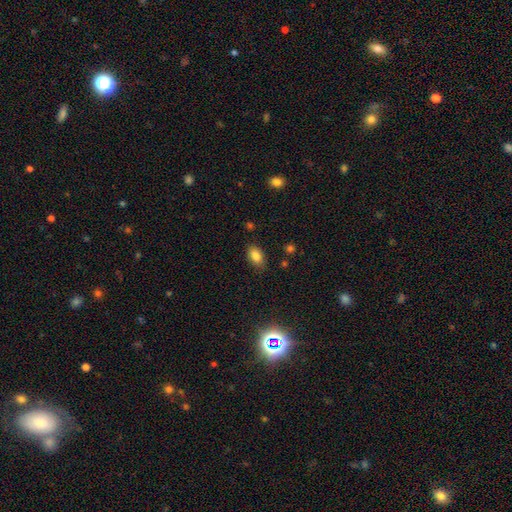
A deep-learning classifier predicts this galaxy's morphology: This appears to be a smooth galaxy with no disk features (83%) that is in between round and cigar-shaped (88%). Merging: none (83%).